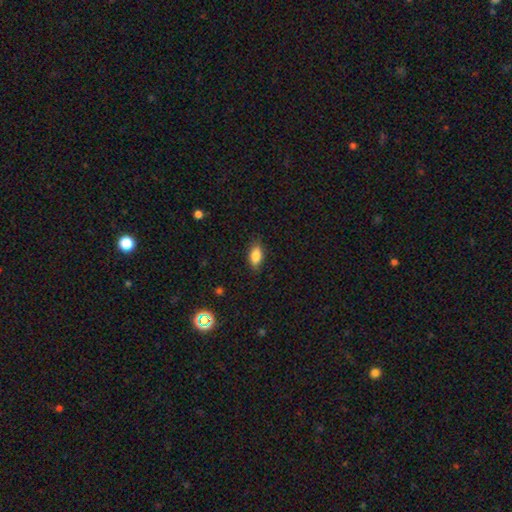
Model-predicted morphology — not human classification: Overall: smooth (84%). How rounded: in between (87%). Merging: none (83%).